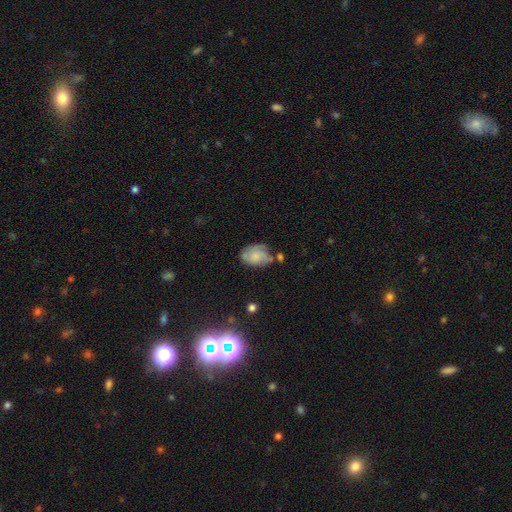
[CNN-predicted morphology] A smooth galaxy with no disk features (61%) that is in between round and cigar-shaped (80%). Merging: none (50%).